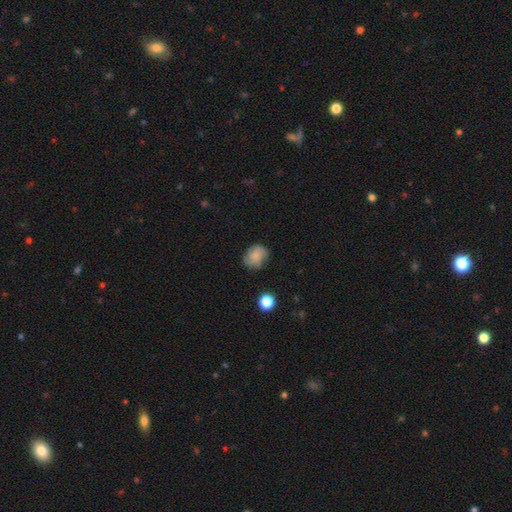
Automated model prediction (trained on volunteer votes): This appears to be a smooth galaxy with no disk features (60%) that is round (62%). Merging: none (71%).